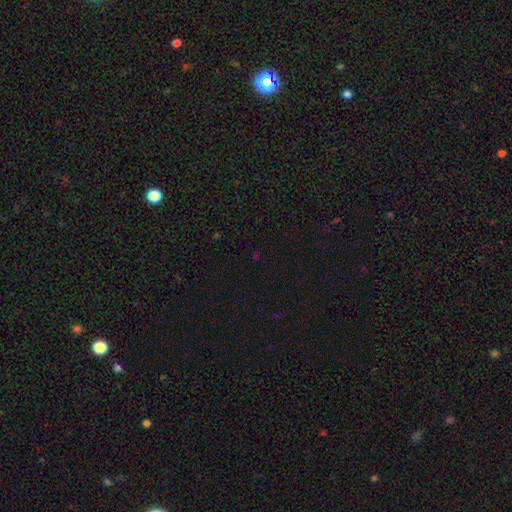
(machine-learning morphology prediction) This is likely a star or artifact rather than a galaxy (66%).